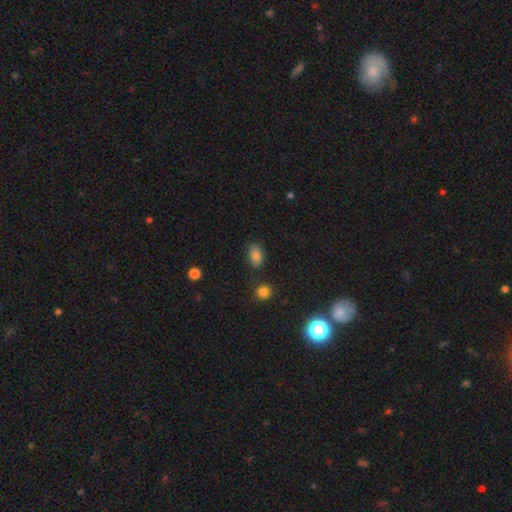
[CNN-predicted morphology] smooth-or-featured: smooth: 84% | star or artifact: 11% | featured or disk: 5%
  how-rounded: in between: 86% | round: 12% | cigar-shaped: 2%
  merging: none: 76% | minor disturbance: 16% | major disturbance: 4% | merger: 4%